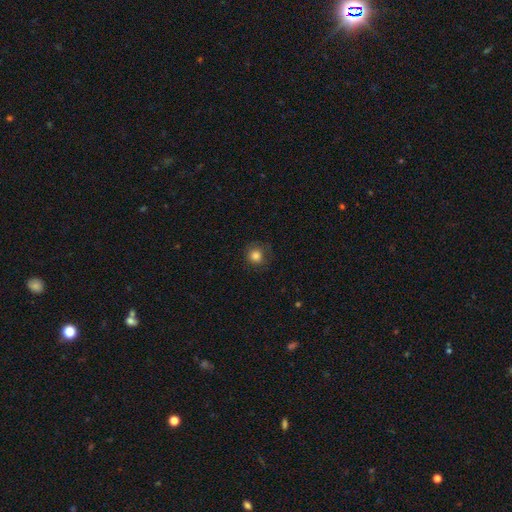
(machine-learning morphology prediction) A smooth galaxy with no disk features (82%) that is round (90%). Merging: none (77%).